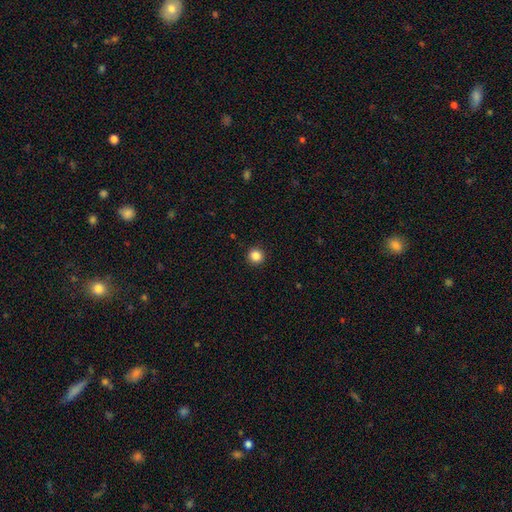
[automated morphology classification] Overall: smooth (86%). How rounded: round (95%). Merging: none (93%).